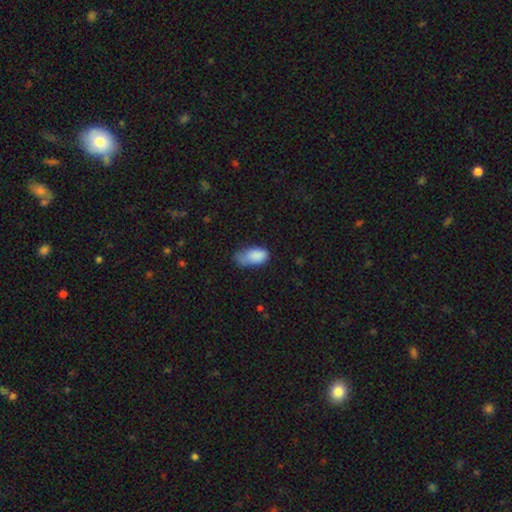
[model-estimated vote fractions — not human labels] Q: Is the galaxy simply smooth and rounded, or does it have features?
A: smooth — 85%.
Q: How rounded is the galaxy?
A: in between — 93%.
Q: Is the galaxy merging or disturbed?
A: minor disturbance — 45%.